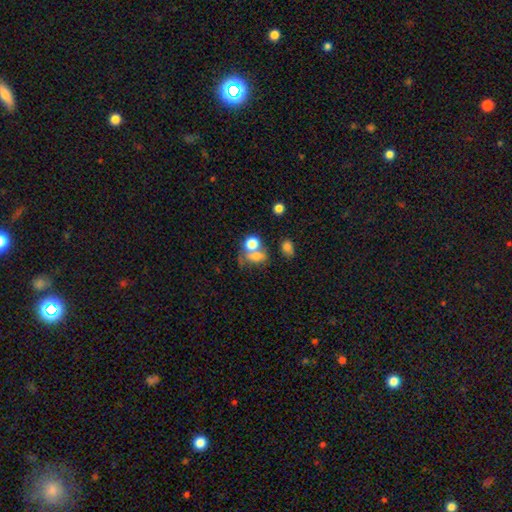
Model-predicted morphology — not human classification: This appears to be a smooth galaxy with no disk features (68%) that is in between round and cigar-shaped (50%). Merging: merger (51%).